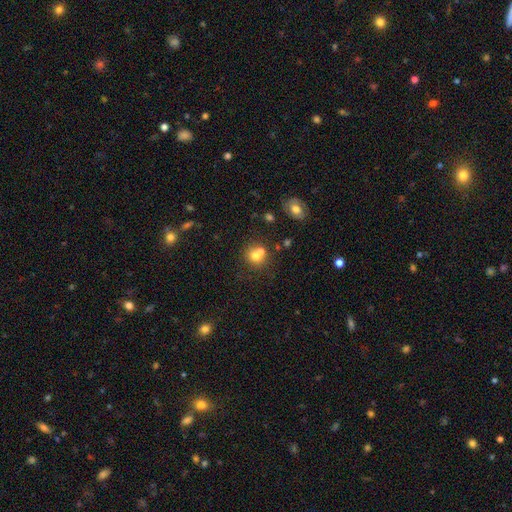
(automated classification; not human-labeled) smooth 68%, featured or disk 18%, star or artifact 14%. Down the decision tree: how rounded — round (80%); merging — merger (47%).